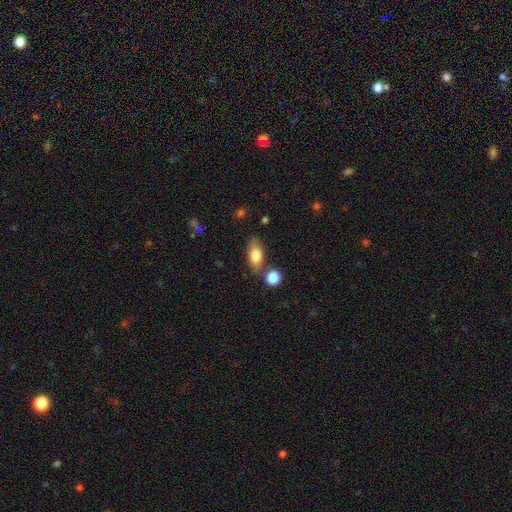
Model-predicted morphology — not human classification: This is likely a smooth galaxy (79%). How rounded: clearly in between (85%). Merging: likely none (71%).